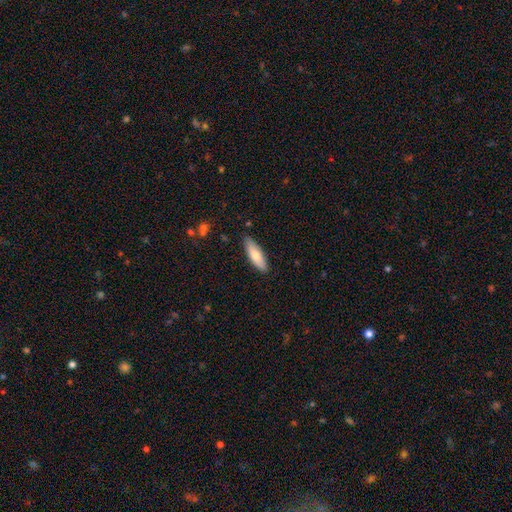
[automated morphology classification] Q: Smooth or featured?
A: smooth (74%); runner-up: featured or disk (21%)
Q: How rounded?
A: in between (49%); tied with: cigar-shaped (49%)
Q: Merging?
A: none (86%); runner-up: minor disturbance (11%)